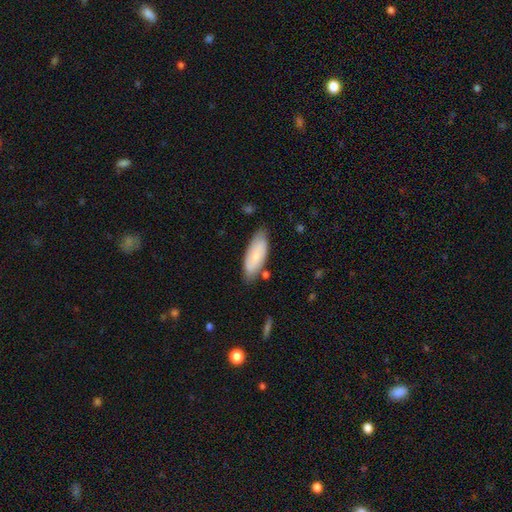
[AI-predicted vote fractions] Smooth or featured? Predicted: smooth (p=0.74). How rounded? Predicted: in between (p=0.77). Merging? Predicted: none (p=0.75).